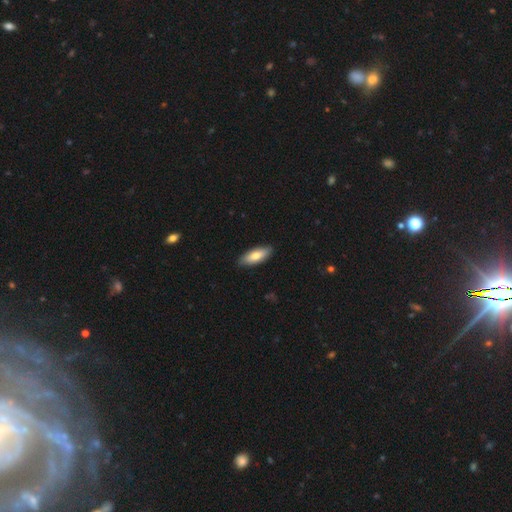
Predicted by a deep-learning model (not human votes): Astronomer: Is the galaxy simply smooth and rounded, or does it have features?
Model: smooth — 74%.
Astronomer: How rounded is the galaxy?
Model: in between — 70%.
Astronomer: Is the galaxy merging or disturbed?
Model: none — 87%.